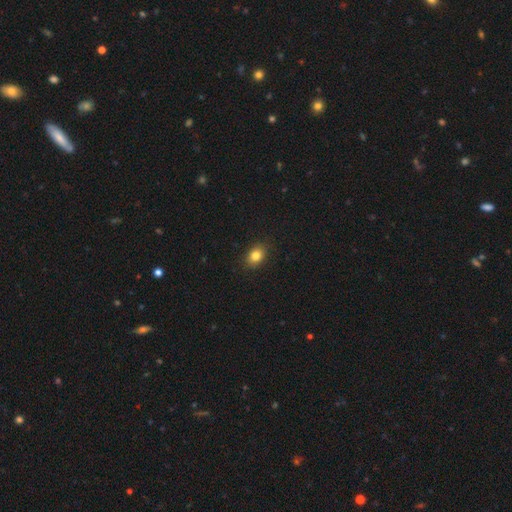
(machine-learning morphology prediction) Smooth or featured: smooth — 83% (star or artifact — 10%)
How rounded: in between — 65% (round — 33%)
Merging: none — 88% (minor disturbance — 9%)